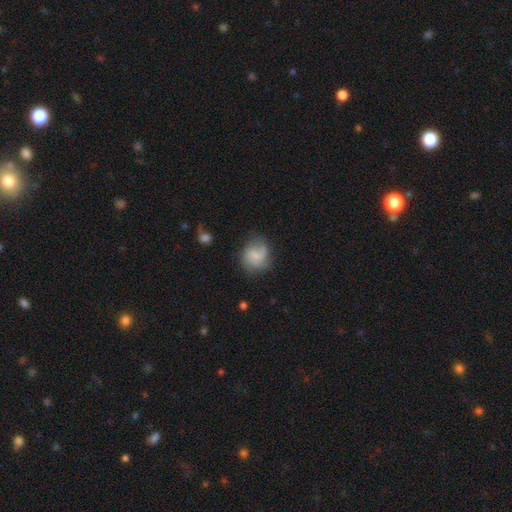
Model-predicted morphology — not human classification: smooth 55%, featured or disk 37%, star or artifact 8%. Down the decision tree: how rounded — round (71%); merging — none (55%).